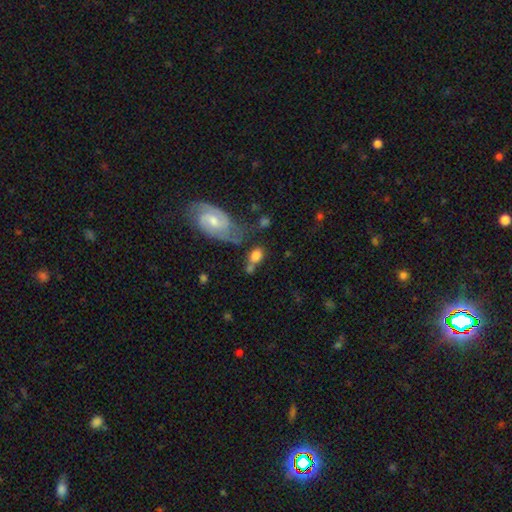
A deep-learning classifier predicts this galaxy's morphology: smooth 70%, featured or disk 21%, star or artifact 9%. Down the decision tree: how rounded — in between (80%); merging — none (43%).